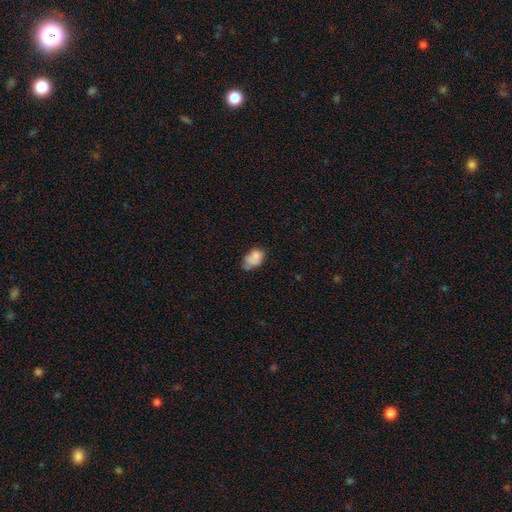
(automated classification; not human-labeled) A smooth galaxy with no disk features (75%) that is in between round and cigar-shaped (82%). Merging: none (41%).